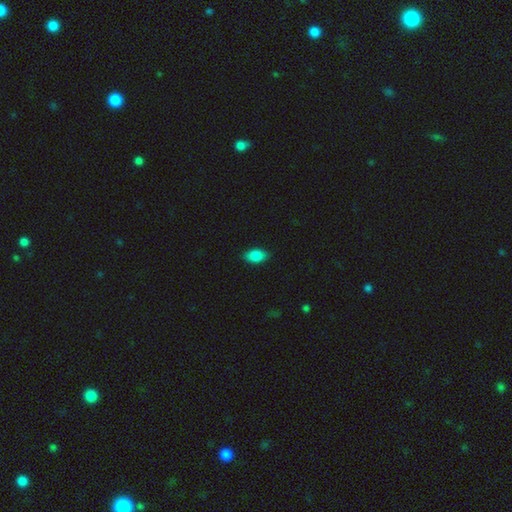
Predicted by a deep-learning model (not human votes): Smooth or featured? Predicted: smooth (p=0.86). How rounded? Predicted: in between (p=0.91). Merging? Predicted: none (p=0.87).